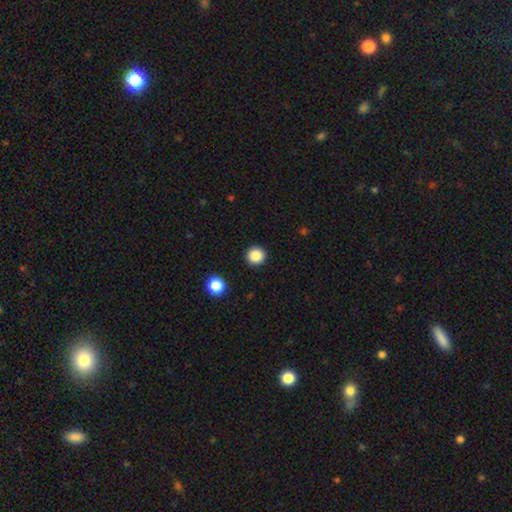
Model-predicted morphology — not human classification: A smooth galaxy with no disk features (86%) that is round (96%).

Vote fractions:
- Smooth or featured? smooth: 86% / star or artifact: 11% / featured or disk: 3%
- How rounded? round: 96% / in between: 3% / cigar-shaped: 1%
- Merging? none: 92% / minor disturbance: 5% / major disturbance: 2% / merger: 1%